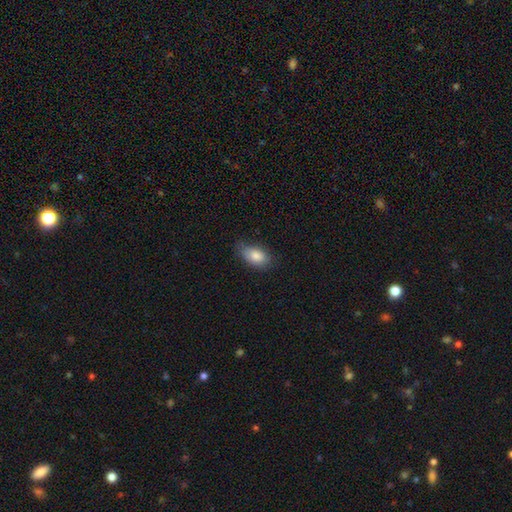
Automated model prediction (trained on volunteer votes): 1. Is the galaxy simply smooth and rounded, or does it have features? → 83% smooth, 10% featured or disk, 7% star or artifact.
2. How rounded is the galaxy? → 90% in between, 7% round, 2% cigar-shaped.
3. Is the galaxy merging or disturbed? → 65% none, 28% minor disturbance, 6% major disturbance, 1% merger.